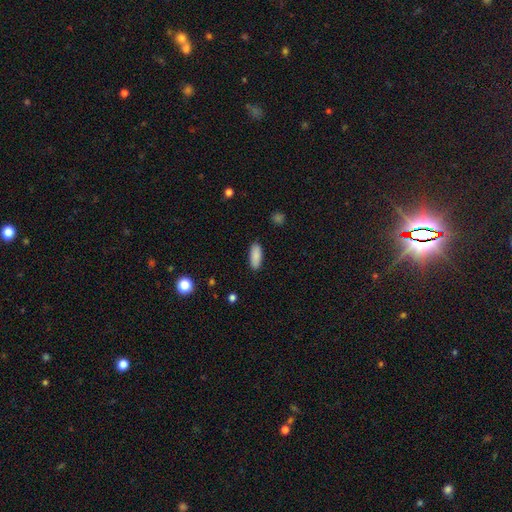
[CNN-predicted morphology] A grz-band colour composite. It shows a smooth galaxy with no disk features (88%) that is in between round and cigar-shaped (75%). Merging: none (89%).